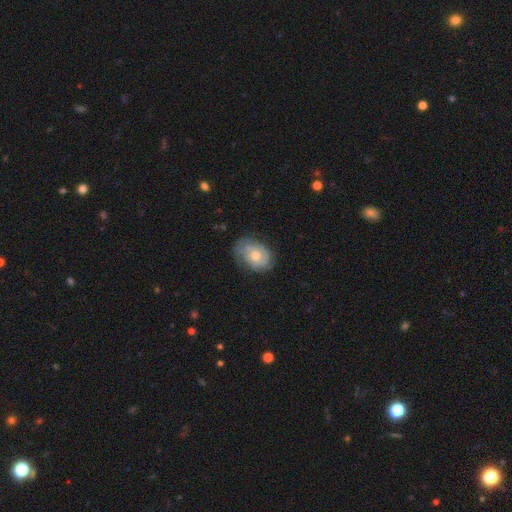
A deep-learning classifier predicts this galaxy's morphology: type=featured or disk (72%); edge-on=no (97%); bar=no (76%); spiral arms=yes (88%); winding=tight (60%); arm count=can't tell (36%); bulge=moderate (69%); merging=none (70%).